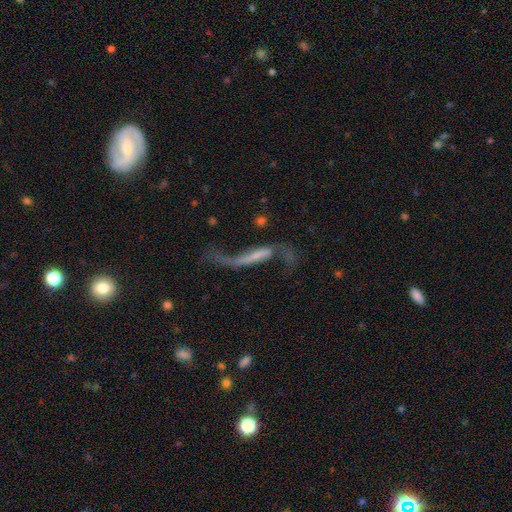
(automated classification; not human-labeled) Smooth or featured?
  - featured or disk: 70% *
  - smooth: 20%
  - star or artifact: 9%
Edge-on disk?
  - no: 76% *
  - yes: 24%
Bar?
  - strong: 46% *
  - no: 29%
  - weak: 25%
Spiral arms?
  - yes: 76% *
  - no: 24%
Bulge size?
  - none: 56% *
  - small: 29%
  - moderate: 10%
  - large: 3%
  - dominant: 2%
Merging?
  - major disturbance: 39% *
  - none: 36%
  - minor disturbance: 16%
  - merger: 9%